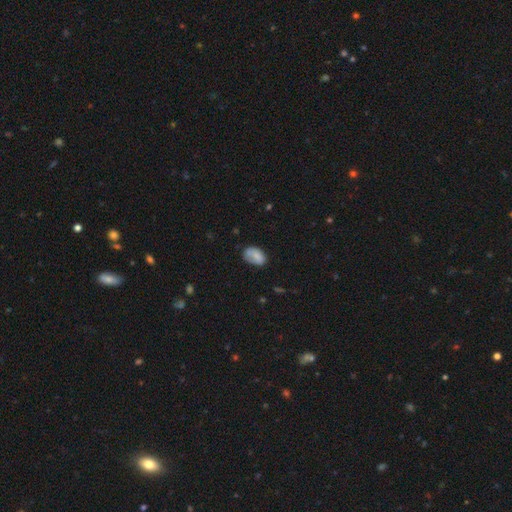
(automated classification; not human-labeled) Morphology: type=smooth (76%); roundness=in between (87%); merging=none (57%).